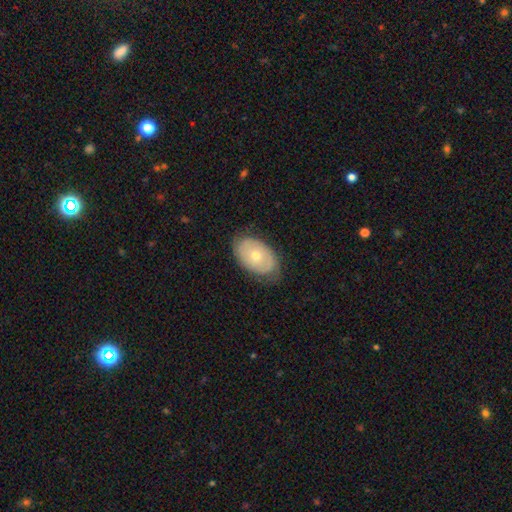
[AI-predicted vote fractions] Smooth or featured? smooth (47%, tied with featured or disk)
Merging? none (74%)